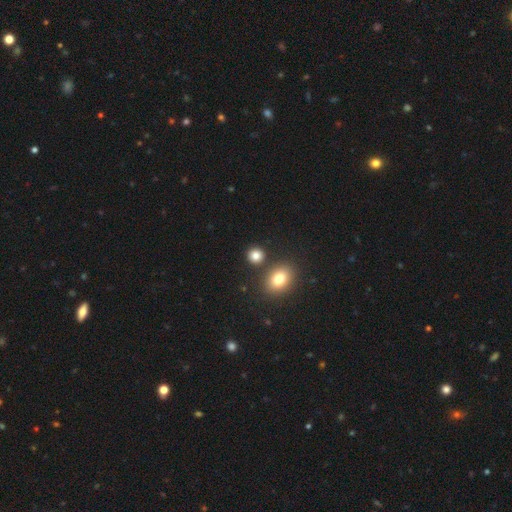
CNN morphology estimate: smooth 82%, star or artifact 11%, featured or disk 6%. Down the decision tree: how rounded — round (83%); merging — none (81%).